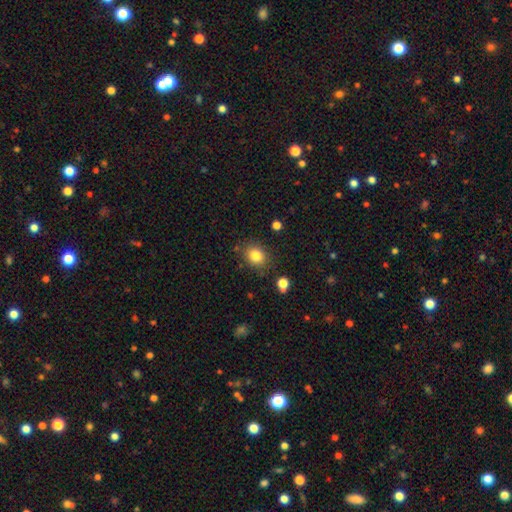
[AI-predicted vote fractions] The model was most divided on "how rounded": round: 61%, in between: 38%, cigar-shaped: 1%. More confident: merging — none (83%); smooth or featured — smooth (83%).